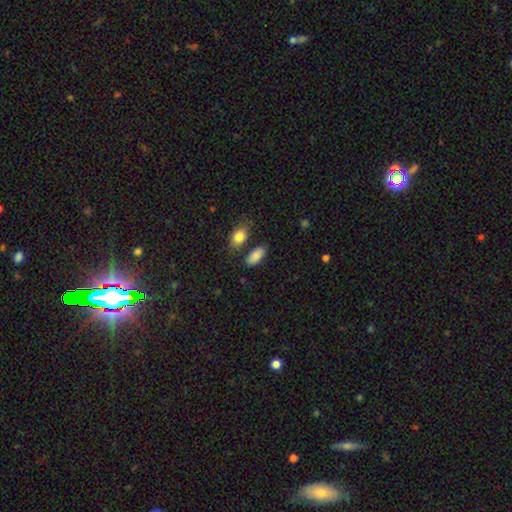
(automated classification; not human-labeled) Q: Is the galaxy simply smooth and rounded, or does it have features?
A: smooth — 87%.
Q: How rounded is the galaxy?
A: in between — 91%.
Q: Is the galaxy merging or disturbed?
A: none — 75%.